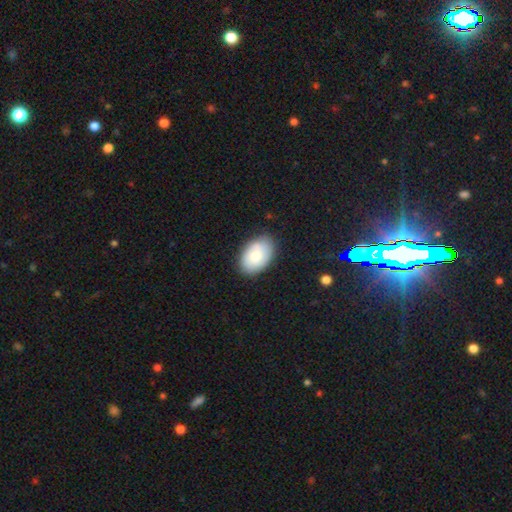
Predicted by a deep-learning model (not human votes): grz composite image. It shows a smooth galaxy with no disk features (74%) that is in between round and cigar-shaped (88%). Merging: none (79%).